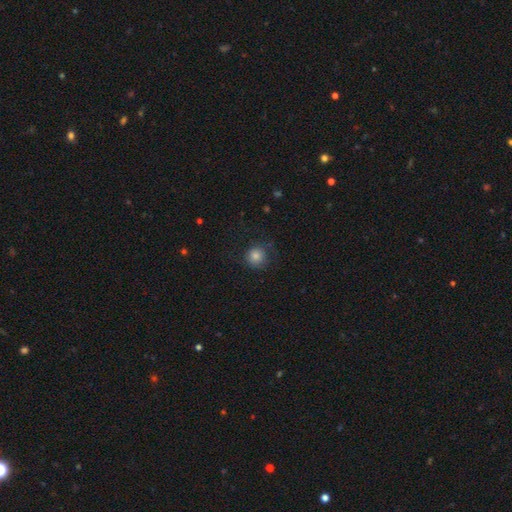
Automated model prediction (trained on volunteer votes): smooth-or-featured: smooth: 77% | star or artifact: 12% | featured or disk: 11%
  how-rounded: round: 91% | in between: 8% | cigar-shaped: 1%
  merging: none: 73% | minor disturbance: 17% | major disturbance: 10% | merger: 1%